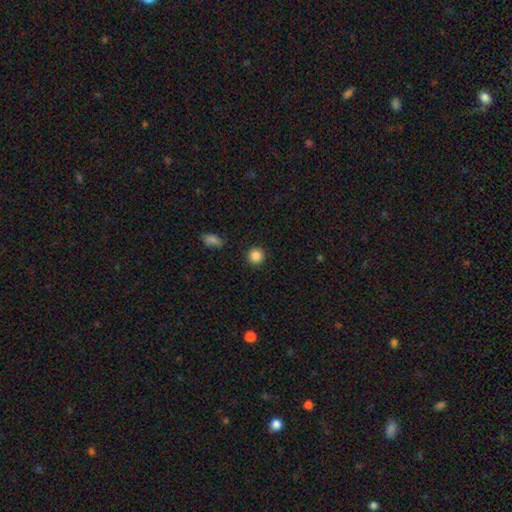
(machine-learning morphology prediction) A smooth galaxy with no disk features (87%) that is round (94%).

Vote fractions:
- Smooth or featured? smooth: 87% / star or artifact: 10% / featured or disk: 3%
- How rounded? round: 94% / in between: 5% / cigar-shaped: 1%
- Merging? none: 91% / minor disturbance: 5% / major disturbance: 2% / merger: 1%